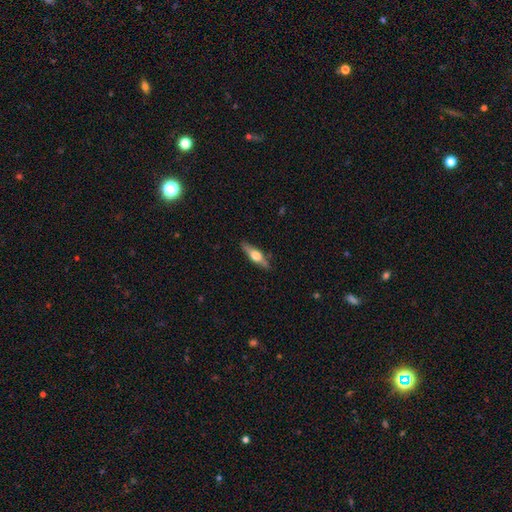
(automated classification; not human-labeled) Overall: featured or disk (61%; smooth 34%). Edge-on disk: yes (95%). Edge-on bulge: rounded (94%). Merging: none (87%).